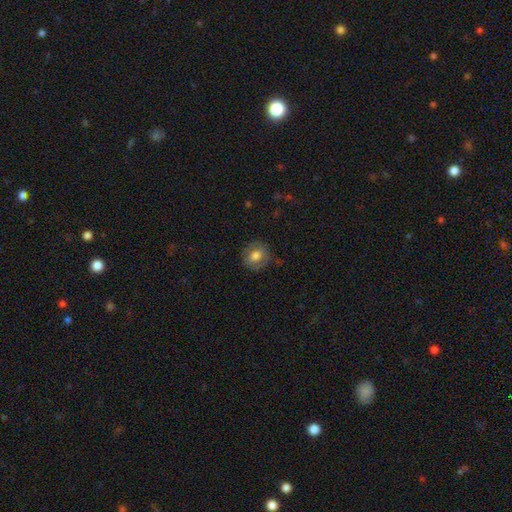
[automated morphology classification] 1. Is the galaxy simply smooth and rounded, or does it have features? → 72% smooth, 20% featured or disk, 8% star or artifact.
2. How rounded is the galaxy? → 77% round, 22% in between, 1% cigar-shaped.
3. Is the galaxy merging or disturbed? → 79% none, 15% minor disturbance, 4% major disturbance, 1% merger.